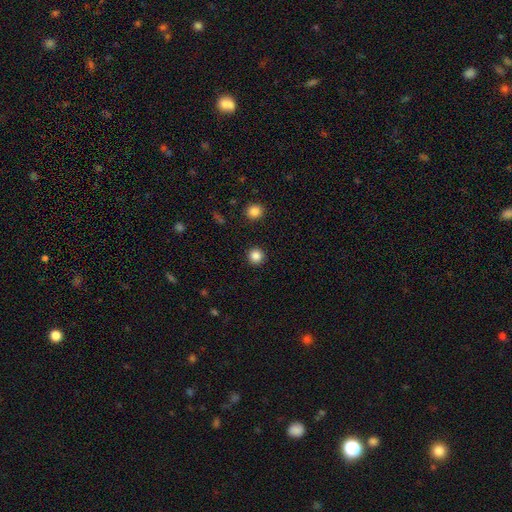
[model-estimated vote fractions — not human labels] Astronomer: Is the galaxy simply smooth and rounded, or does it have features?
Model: smooth — 86%.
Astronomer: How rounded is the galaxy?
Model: round — 95%.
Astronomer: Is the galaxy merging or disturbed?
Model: none — 93%.